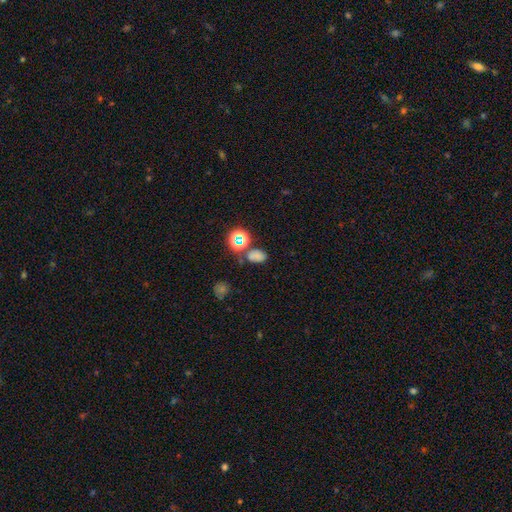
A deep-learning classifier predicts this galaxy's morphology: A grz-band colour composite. It shows a smooth galaxy with no disk features (63%) that is in between round and cigar-shaped (77%). Merging: none (60%).